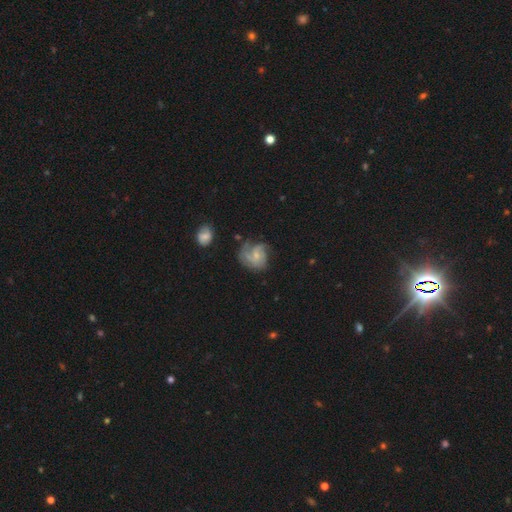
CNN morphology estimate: The model was most divided on "spiral arm count": 3: 31%, 2: 29%, can't tell: 22%, 1: 8%, 4: 6%, more than 4: 4%. Remaining: edge-on disk — no (98%); spiral arms — yes (91%); smooth or featured — featured or disk (73%); bulge size — small (61%); bar — no (56%); merging — none (51%); spiral winding — medium (44%).